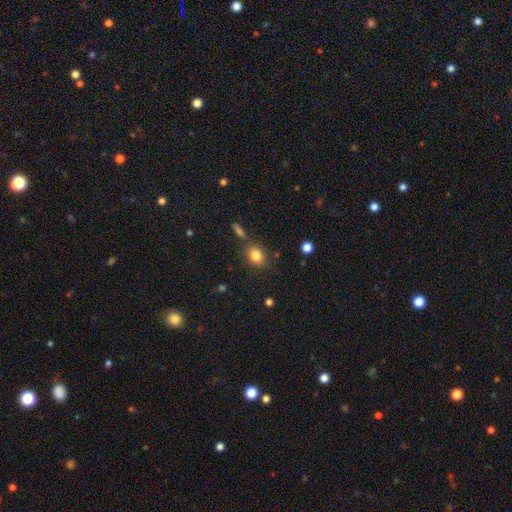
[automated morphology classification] smooth 82%, star or artifact 10%, featured or disk 7%. Down the decision tree: how rounded — in between (56%); merging — none (76%).